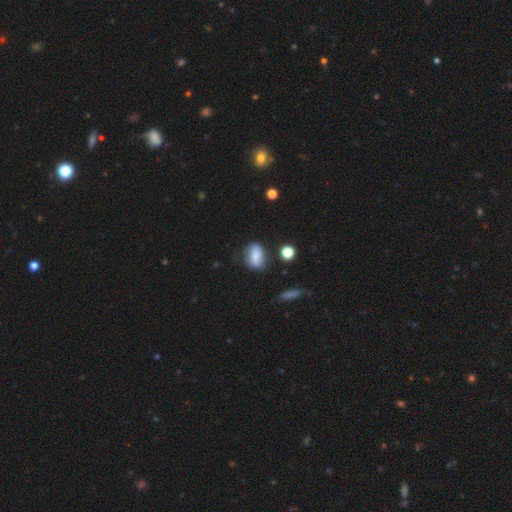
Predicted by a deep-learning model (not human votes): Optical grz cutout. It shows a smooth galaxy with no disk features (69%) that is in between round and cigar-shaped (80%). Merging: none (56%).